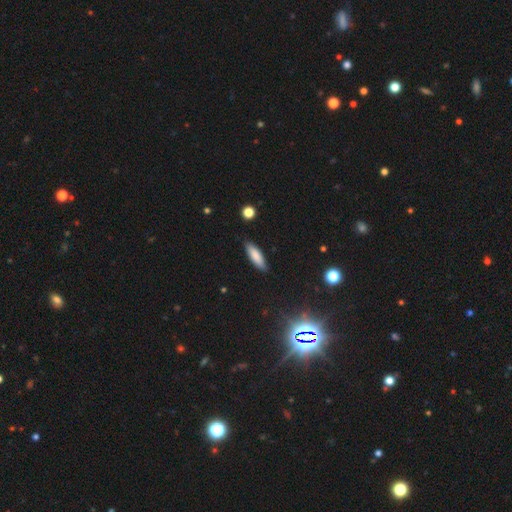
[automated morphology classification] Smooth or featured? Predicted: smooth (p=0.83). How rounded? Predicted: in between (p=0.50). Merging? Predicted: none (p=0.86).